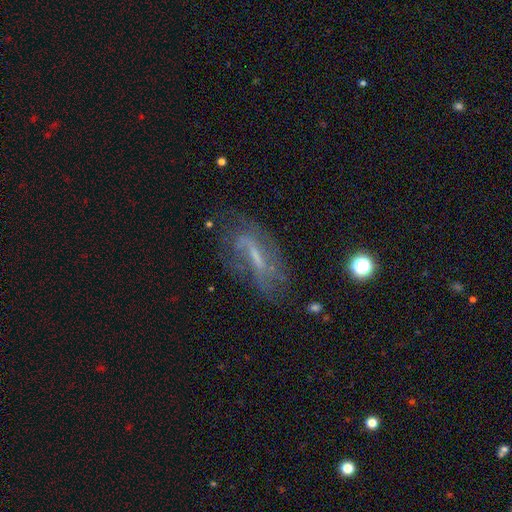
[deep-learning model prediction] Q: Smooth or featured?
A: featured or disk (67%); runner-up: smooth (22%)
Q: Edge-on disk?
A: no (84%); runner-up: yes (16%)
Q: Bar?
A: weak (42%); runner-up: strong (33%)
Q: Spiral arms?
A: yes (70%); runner-up: no (30%)
Q: Bulge size?
A: small (44%); runner-up: none (29%)
Q: Merging?
A: none (57%); runner-up: minor disturbance (23%)